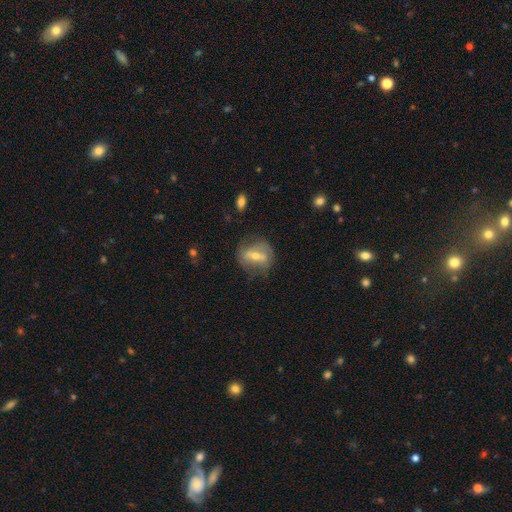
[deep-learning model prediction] smooth_or_featured: featured or disk (p=0.55) [alt: smooth p=0.37]
disk_edge_on: no (p=0.86) [alt: yes p=0.14]
merging: none (p=0.64) [alt: minor disturbance p=0.23]